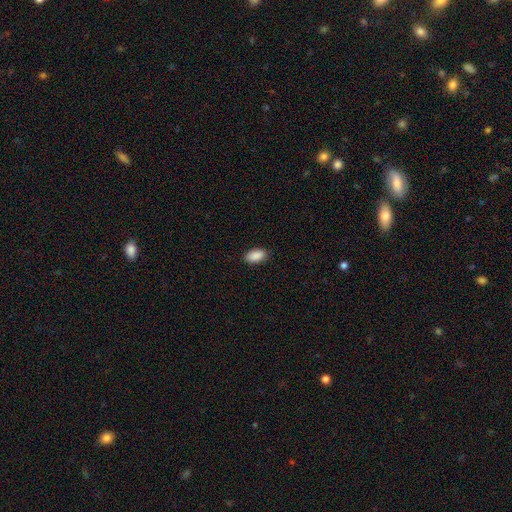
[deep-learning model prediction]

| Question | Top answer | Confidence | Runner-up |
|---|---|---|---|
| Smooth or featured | smooth | 90% | star or artifact (7%) |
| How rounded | in between | 93% | round (3%) |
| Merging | none | 89% | minor disturbance (8%) |